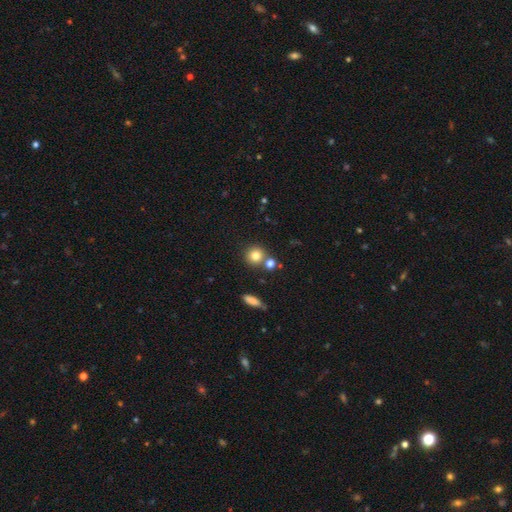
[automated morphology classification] Smooth or featured: smooth — 80% (star or artifact — 12%)
How rounded: round — 88% (in between — 11%)
Merging: none — 69% (merger — 19%)